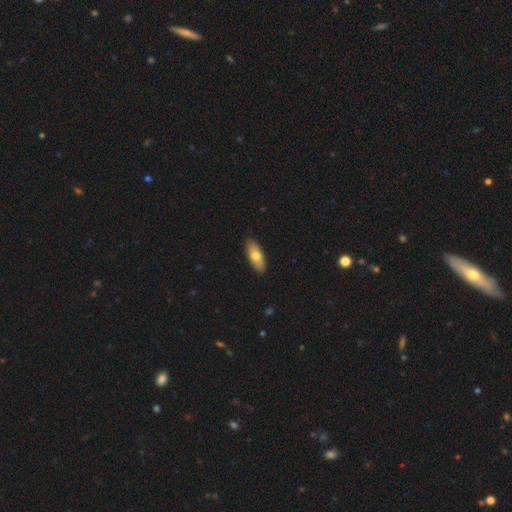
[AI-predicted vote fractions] Morphology: type=smooth (70%); roundness=in between (75%); merging=none (89%).